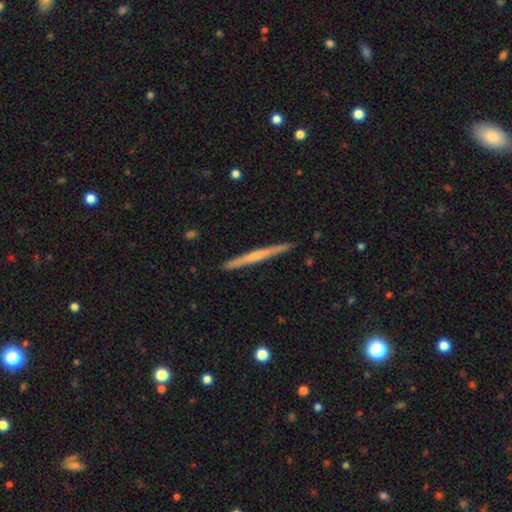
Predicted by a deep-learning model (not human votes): This appears to be a featured or disk galaxy (68%) viewed edge-on (98%) with a rounded central bulge (62%). Merging: none (90%).